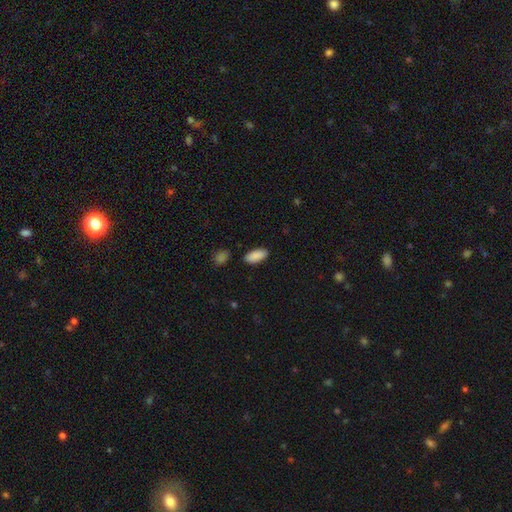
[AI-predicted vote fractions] Morphology: type=smooth (89%); roundness=in between (88%); merging=none (86%).